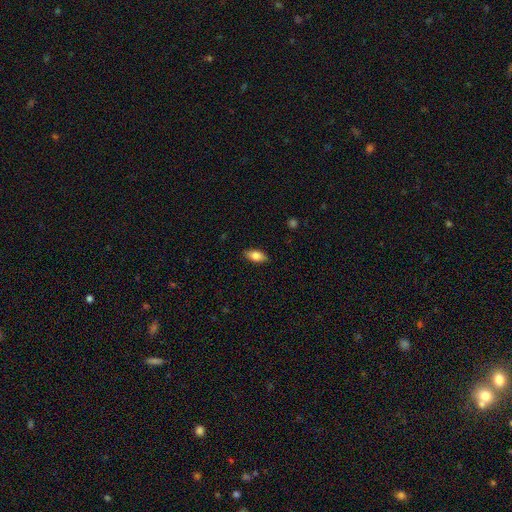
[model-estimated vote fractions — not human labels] A smooth galaxy with no disk features (81%) that is in between round and cigar-shaped (88%). Merging: none (87%).